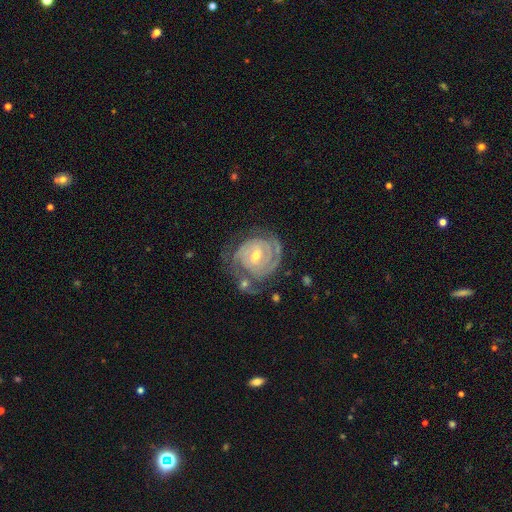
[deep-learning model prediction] A featured or disk galaxy (88%) with a weak bar (48%), 2 (37%) tight (78%) spiral arms (96%) and a moderate central bulge (53%). Merging: none (59%).